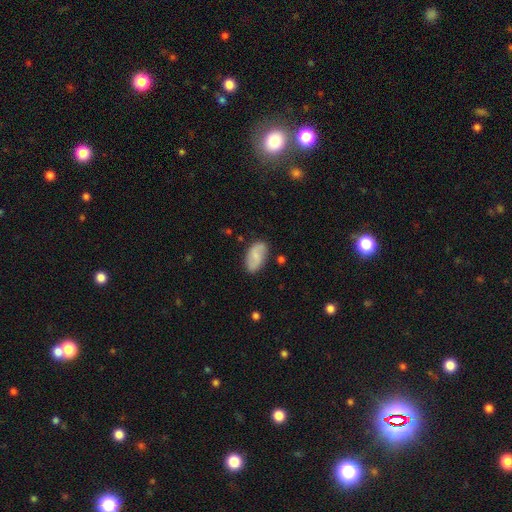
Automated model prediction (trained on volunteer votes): A smooth galaxy with no disk features (51%) that is in between round and cigar-shaped (93%).

Vote fractions:
- Smooth or featured? smooth: 51% / featured or disk: 42% / star or artifact: 7%
- How rounded? in between: 93% / round: 5% / cigar-shaped: 2%
- Merging? none: 80% / minor disturbance: 15% / major disturbance: 3% / merger: 2%